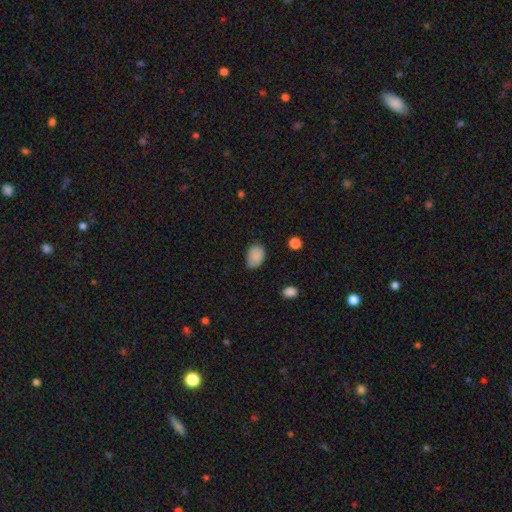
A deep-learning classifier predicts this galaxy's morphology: Smooth or featured: smooth — 87% (star or artifact — 8%)
How rounded: in between — 78% (round — 21%)
Merging: none — 77% (minor disturbance — 18%)